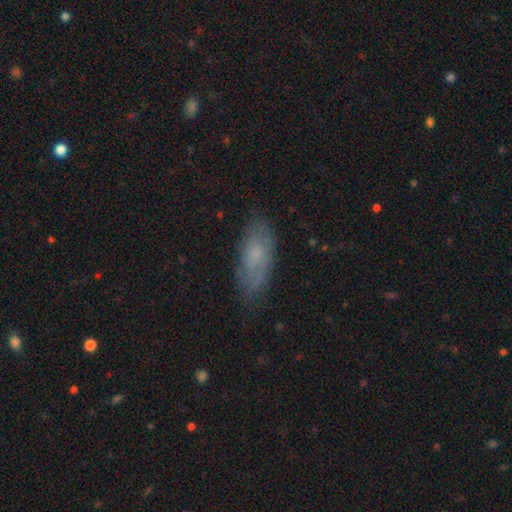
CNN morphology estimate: Smooth or featured? smooth (61%)
How rounded? in between (79%)
Merging? none (69%)